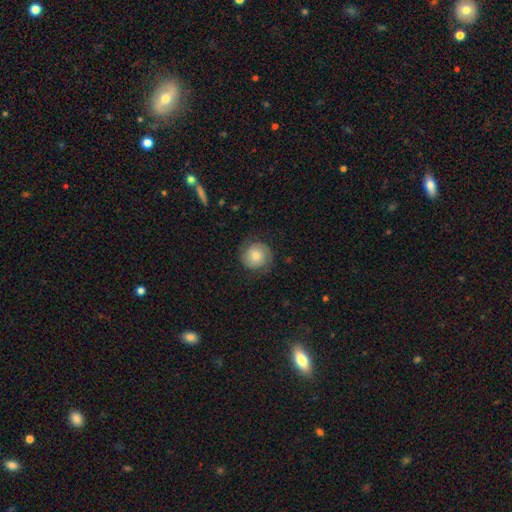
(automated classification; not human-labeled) This is possibly a featured or disk galaxy (46%). Merging: likely none (78%).